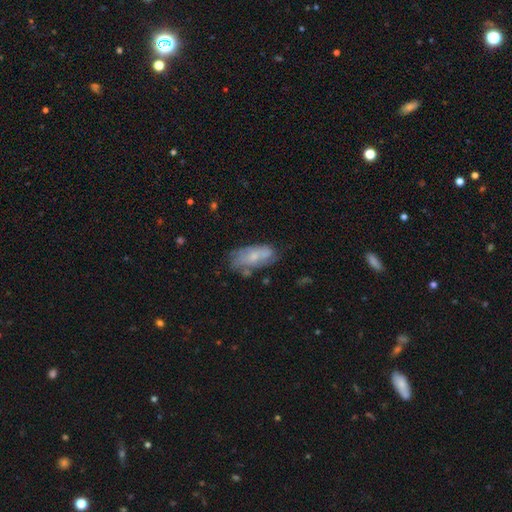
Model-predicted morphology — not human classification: The model was most divided on "smooth or featured": smooth: 50%, featured or disk: 42%, star or artifact: 8%. More confident: merging — none (51%).